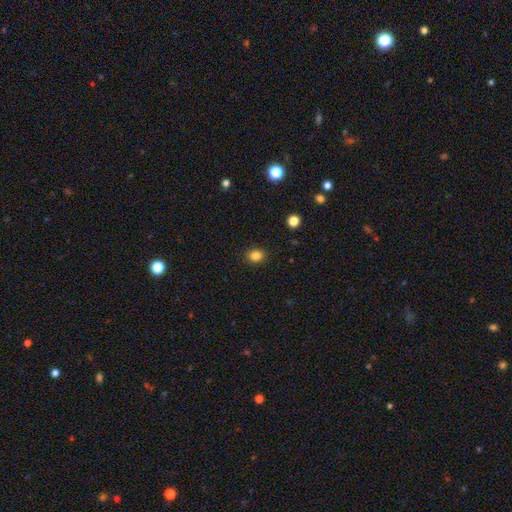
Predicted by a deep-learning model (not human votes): A smooth galaxy with no disk features (84%) that is round (59%).

Vote fractions:
- Smooth or featured? smooth: 84% / star or artifact: 12% / featured or disk: 5%
- How rounded? round: 59% / in between: 40% / cigar-shaped: 1%
- Merging? none: 90% / minor disturbance: 7% / major disturbance: 2% / merger: 1%